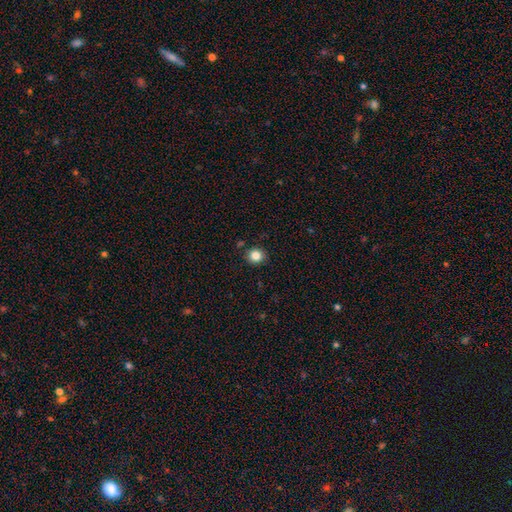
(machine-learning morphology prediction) Q: Smooth or featured?
A: smooth (84%); runner-up: star or artifact (11%)
Q: How rounded?
A: round (88%); runner-up: in between (11%)
Q: Merging?
A: none (88%); runner-up: minor disturbance (7%)